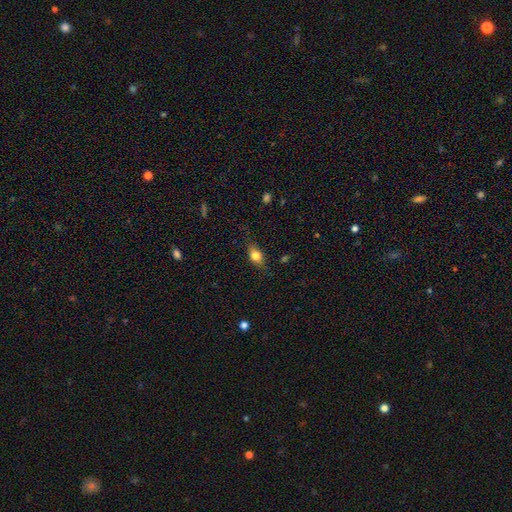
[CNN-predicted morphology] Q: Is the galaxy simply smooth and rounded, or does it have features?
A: smooth — 73%.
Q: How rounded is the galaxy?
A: in between — 71%.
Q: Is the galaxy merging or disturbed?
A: none — 75%.